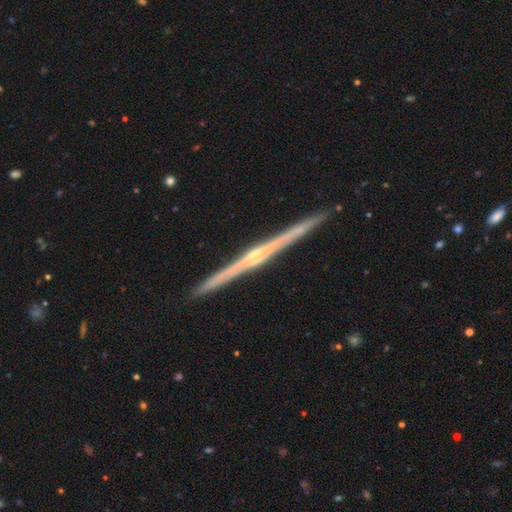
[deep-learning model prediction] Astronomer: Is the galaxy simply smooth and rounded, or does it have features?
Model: featured or disk — 88%.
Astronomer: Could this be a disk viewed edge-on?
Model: yes — 99%.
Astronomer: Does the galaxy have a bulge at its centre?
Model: rounded — 76%.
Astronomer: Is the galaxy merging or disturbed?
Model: none — 93%.